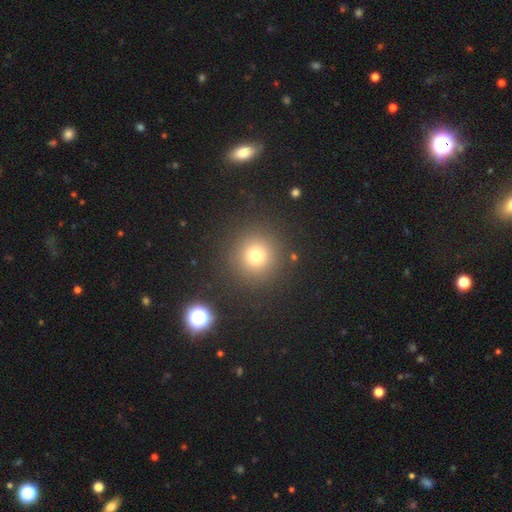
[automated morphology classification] smooth 73%, star or artifact 18%, featured or disk 9%. Down the decision tree: how rounded — round (95%); merging — none (89%).